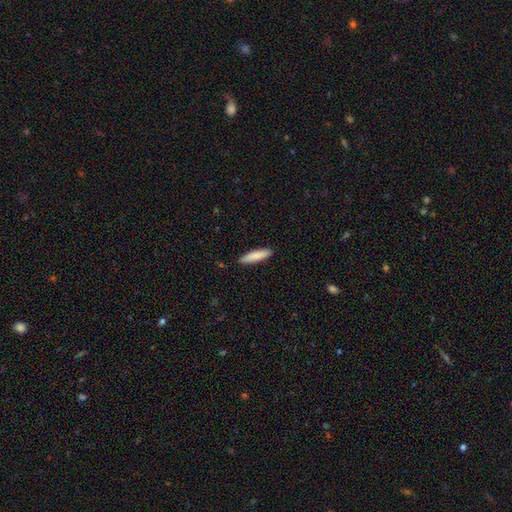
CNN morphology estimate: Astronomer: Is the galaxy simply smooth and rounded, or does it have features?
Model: smooth — 85%.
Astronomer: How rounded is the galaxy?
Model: cigar-shaped — 75%.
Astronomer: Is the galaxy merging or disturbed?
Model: none — 89%.